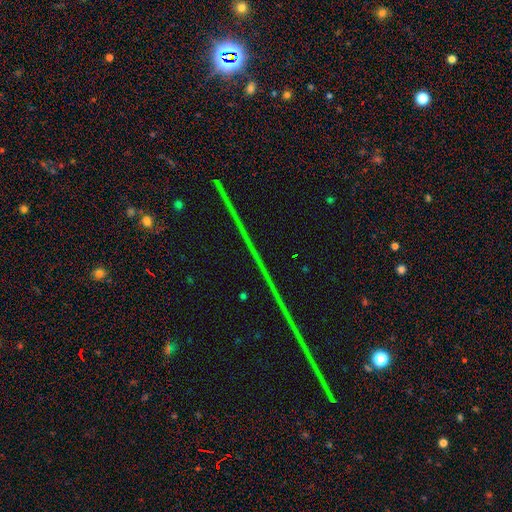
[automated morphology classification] This appears to be a star or artifact, not a galaxy (85%).